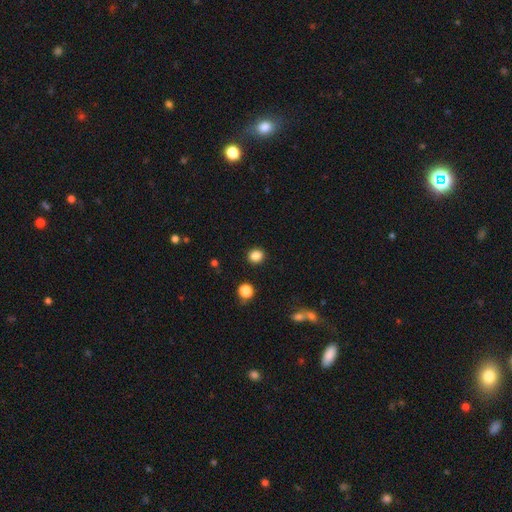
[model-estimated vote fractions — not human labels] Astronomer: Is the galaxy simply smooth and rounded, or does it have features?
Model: smooth — 85%.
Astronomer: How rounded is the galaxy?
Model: round — 82%.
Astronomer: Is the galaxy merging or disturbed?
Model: none — 91%.